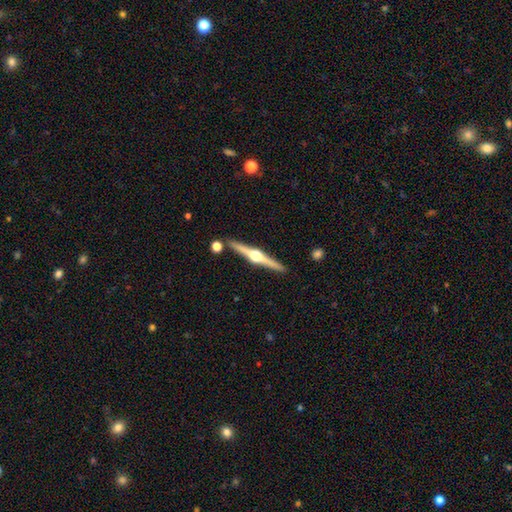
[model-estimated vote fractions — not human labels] The model was most divided on "smooth or featured": featured or disk: 86%, smooth: 10%, star or artifact: 5%. More confident: edge-on disk — yes (99%); edge-on bulge — rounded (97%); merging — none (89%).